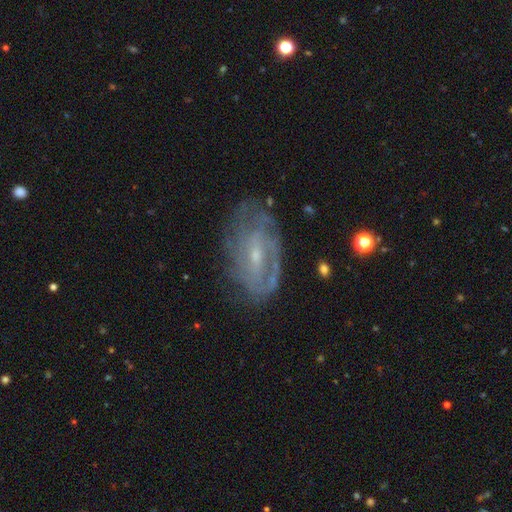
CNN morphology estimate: A featured or disk galaxy (78%) with a weak bar (49%), tight (54%) spiral arms (85%) and a small central bulge (69%).

Vote fractions:
- Smooth or featured? featured or disk: 78% / smooth: 13% / star or artifact: 9%
- Edge-on disk? no: 94% / yes: 6%
- Bar? weak: 49% / no: 34% / strong: 17%
- Spiral arms? yes: 85% / no: 15%
- Spiral winding? tight: 54% / medium: 33% / loose: 13%
- Spiral arm count? can't tell: 45% / 2: 28% / 3: 11% / 1: 6% / 4: 5% / more than 4: 4%
- Bulge size? small: 69% / moderate: 24% / none: 4% / large: 1% / dominant: 1%
- Merging? none: 69% / minor disturbance: 20% / major disturbance: 9% / merger: 2%